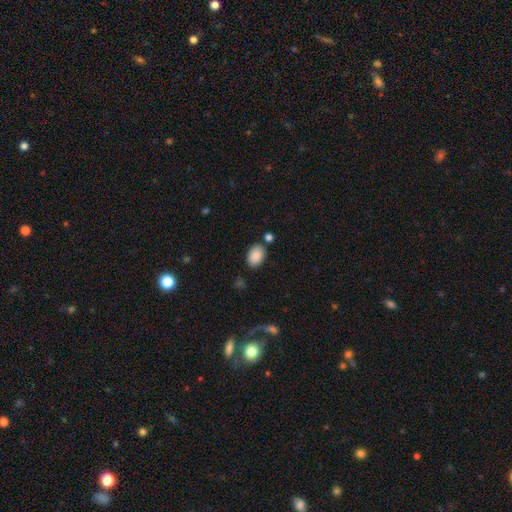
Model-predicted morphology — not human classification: A smooth galaxy with no disk features (87%) that is in between round and cigar-shaped (80%). Merging: none (80%).